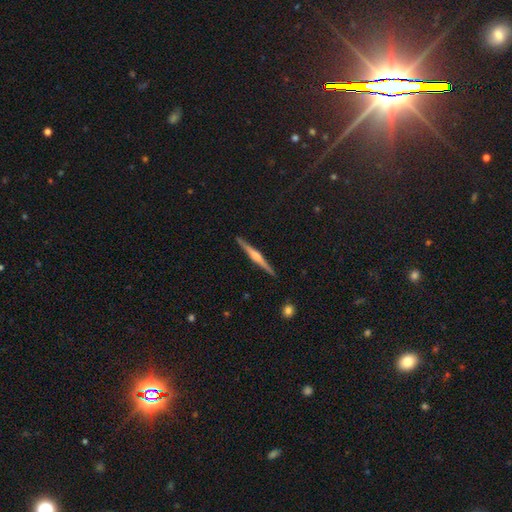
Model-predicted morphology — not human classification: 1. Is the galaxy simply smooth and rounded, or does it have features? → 80% featured or disk, 14% smooth, 6% star or artifact.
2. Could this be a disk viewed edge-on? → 98% yes, 2% no.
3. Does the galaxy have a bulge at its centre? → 76% rounded, 14% boxy, 11% none.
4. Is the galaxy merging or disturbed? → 92% none, 6% minor disturbance, 1% major disturbance, 1% merger.